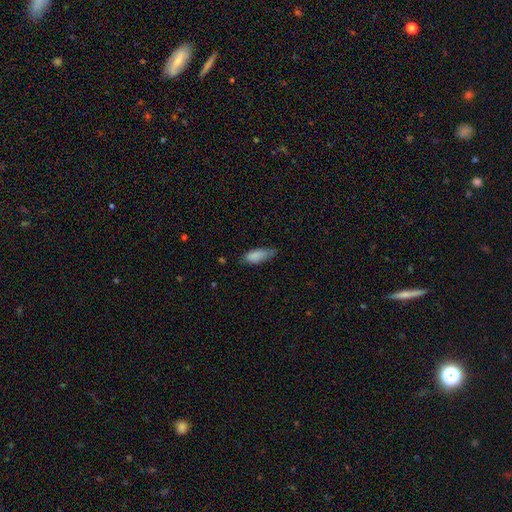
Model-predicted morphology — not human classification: Smooth or featured? Predicted: smooth (p=0.85). How rounded? Predicted: in between (p=0.77). Merging? Predicted: none (p=0.48).